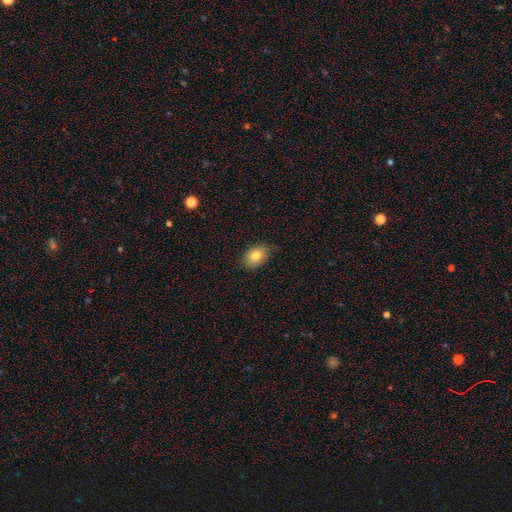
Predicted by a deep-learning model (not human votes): Smooth or featured? Predicted: smooth (p=0.80). How rounded? Predicted: in between (p=0.76). Merging? Predicted: none (p=0.80).